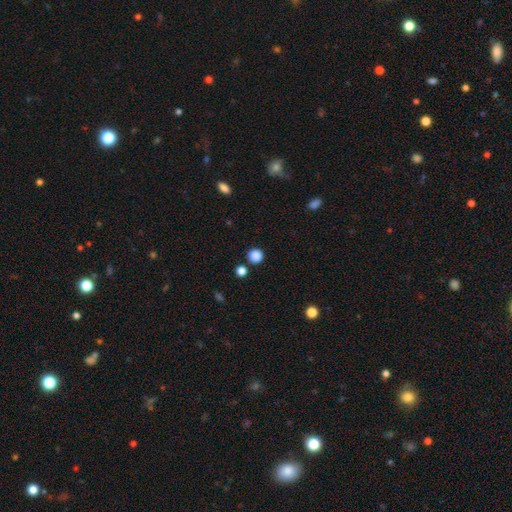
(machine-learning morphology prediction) The model was most divided on "smooth or featured": smooth: 86%, star or artifact: 11%, featured or disk: 3%. More confident: how rounded — round (94%); merging — none (86%).